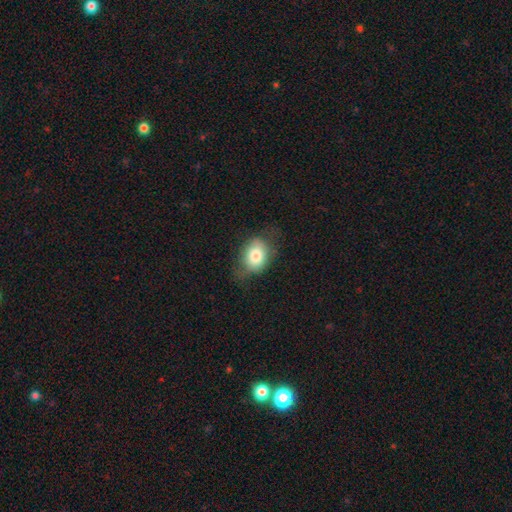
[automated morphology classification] Smooth or featured: smooth — 78% (featured or disk — 14%)
How rounded: in between — 65% (round — 33%)
Merging: none — 56% (minor disturbance — 30%)